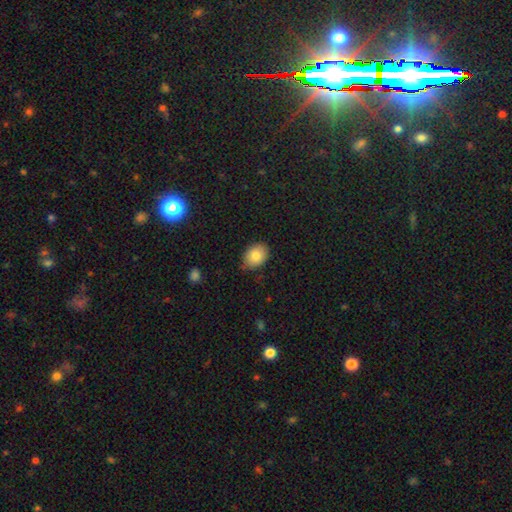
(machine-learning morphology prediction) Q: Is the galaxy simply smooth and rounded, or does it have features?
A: smooth — 81%.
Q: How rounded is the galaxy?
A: in between — 66%.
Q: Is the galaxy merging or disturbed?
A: none — 81%.